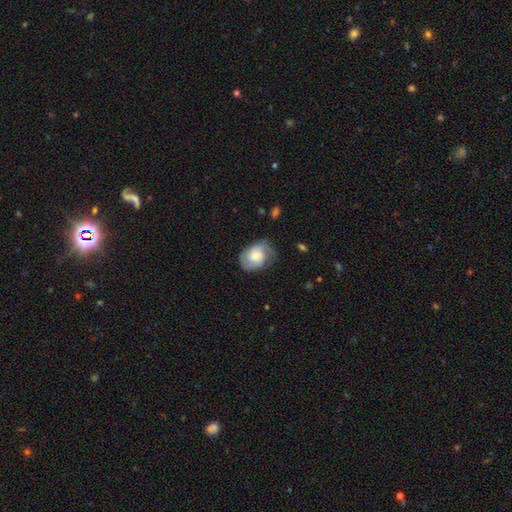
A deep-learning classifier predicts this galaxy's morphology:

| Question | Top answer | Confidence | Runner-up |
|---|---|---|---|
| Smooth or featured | featured or disk | 49% | smooth (44%) |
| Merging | none | 60% | minor disturbance (28%) |